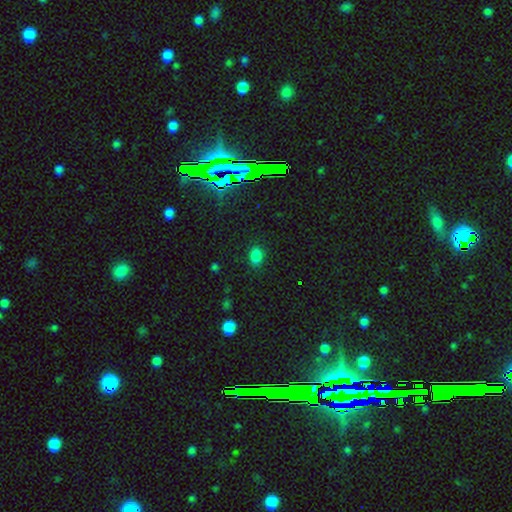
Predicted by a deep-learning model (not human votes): A smooth galaxy with no disk features (80%) that is in between round and cigar-shaped (79%).

Vote fractions:
- Smooth or featured? smooth: 80% / star or artifact: 16% / featured or disk: 4%
- How rounded? in between: 79% / round: 19% / cigar-shaped: 2%
- Merging? none: 84% / minor disturbance: 12% / major disturbance: 3% / merger: 1%